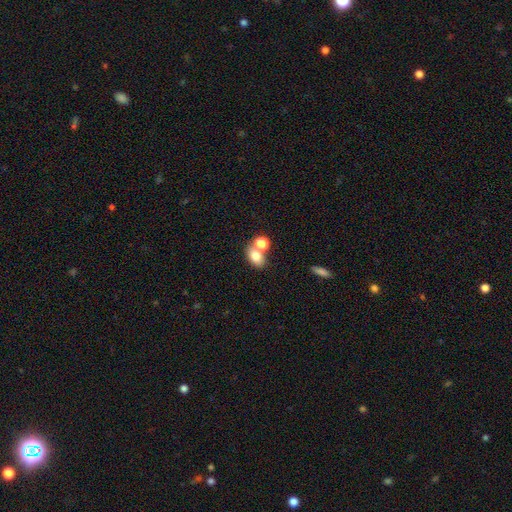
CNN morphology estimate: smooth 76%, featured or disk 13%, star or artifact 12%. Down the decision tree: how rounded — in between (65%); merging — none (46%).